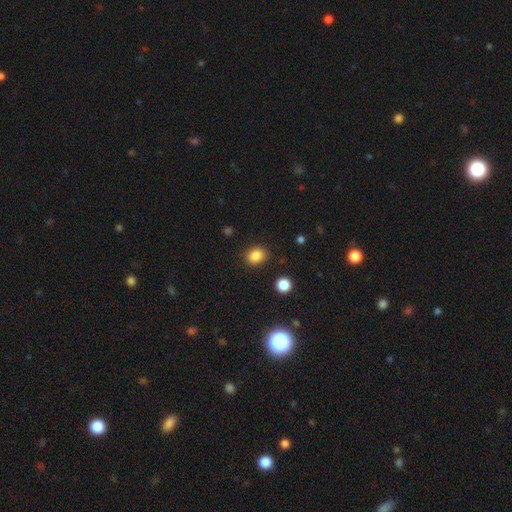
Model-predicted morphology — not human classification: Q: Smooth or featured?
A: smooth (86%); runner-up: star or artifact (11%)
Q: How rounded?
A: in between (50%); runner-up: round (49%)
Q: Merging?
A: none (87%); runner-up: minor disturbance (8%)